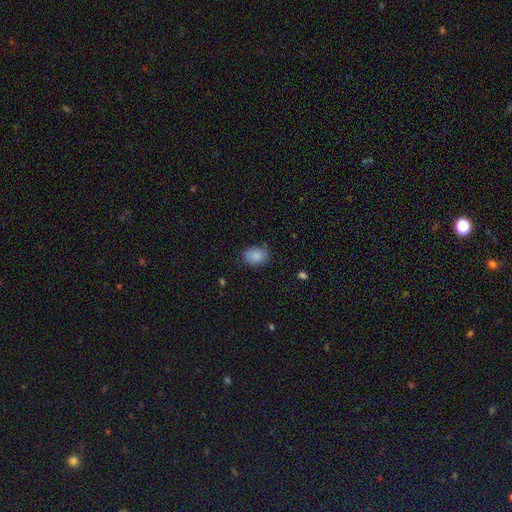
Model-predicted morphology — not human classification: This appears to be a smooth galaxy with no disk features (86%) that is in between round and cigar-shaped (71%). Merging: none (76%).